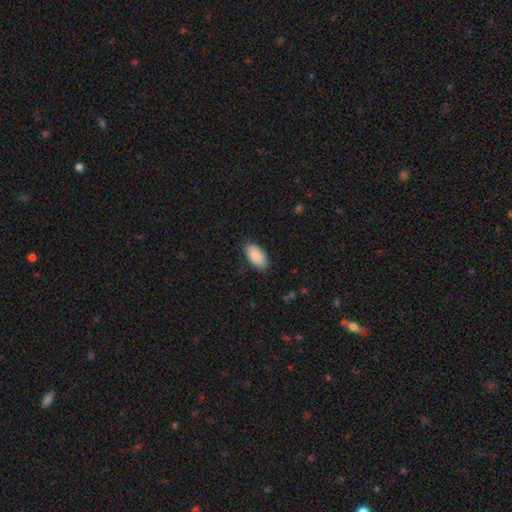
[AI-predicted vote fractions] Morphology: type=smooth (87%); roundness=in between (95%); merging=none (85%).